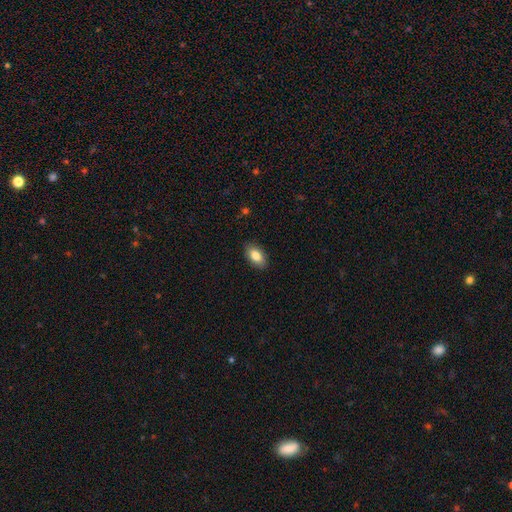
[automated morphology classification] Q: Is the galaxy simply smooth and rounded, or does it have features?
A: smooth — 84%.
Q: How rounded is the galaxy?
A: in between — 93%.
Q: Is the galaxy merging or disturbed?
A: none — 89%.